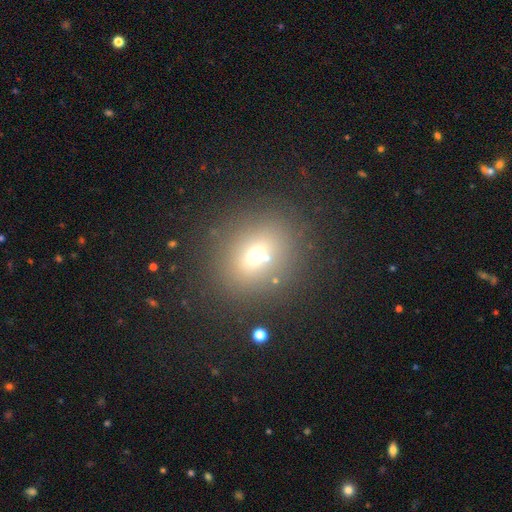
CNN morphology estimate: A smooth galaxy with no disk features (62%) that is round (69%).

Vote fractions:
- Smooth or featured? smooth: 62% / star or artifact: 21% / featured or disk: 17%
- How rounded? round: 69% / in between: 30% / cigar-shaped: 1%
- Merging? none: 74% / merger: 11% / minor disturbance: 10% / major disturbance: 5%